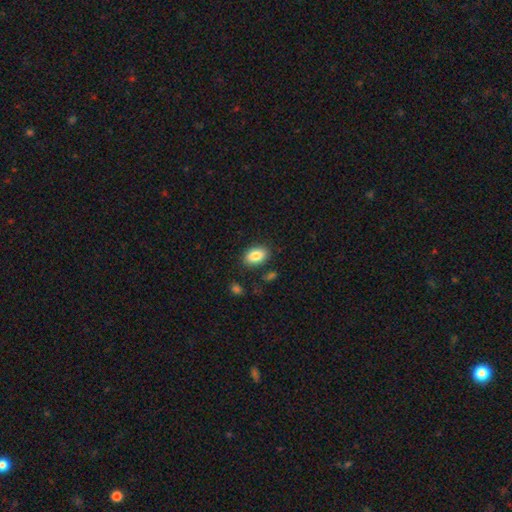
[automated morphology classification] Overall: smooth (85%). How rounded: in between (89%). Merging: none (84%).